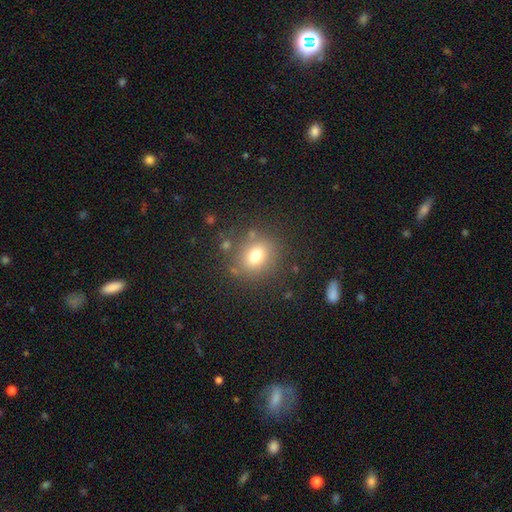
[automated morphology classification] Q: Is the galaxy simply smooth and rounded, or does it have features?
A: smooth — 74%.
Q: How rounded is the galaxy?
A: round — 68%.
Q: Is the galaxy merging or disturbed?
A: none — 79%.